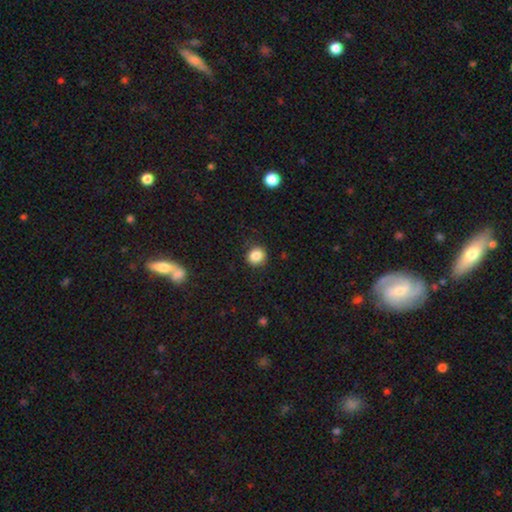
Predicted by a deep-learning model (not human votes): A smooth galaxy with no disk features (86%) that is round (86%). Merging: none (88%).